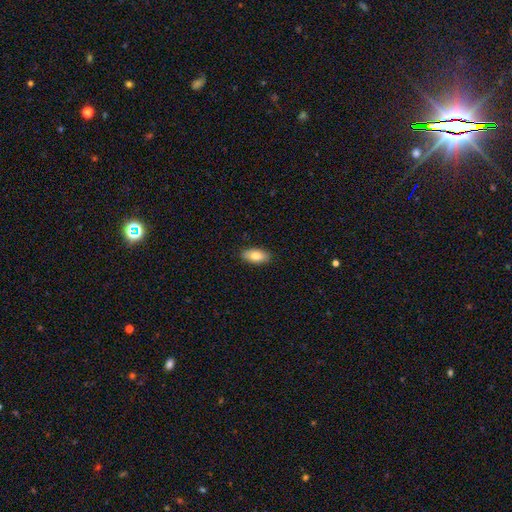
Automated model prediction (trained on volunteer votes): Overall: smooth (80%). How rounded: in between (89%). Merging: none (89%).